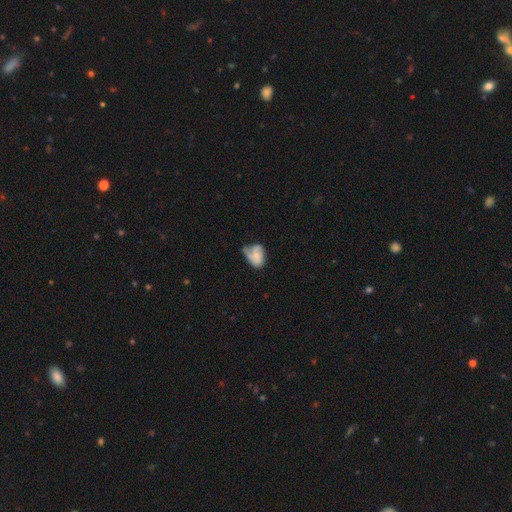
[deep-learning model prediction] This appears to be a smooth galaxy with no disk features (52%) that is in between round and cigar-shaped (76%). Merging: minor disturbance (35%).